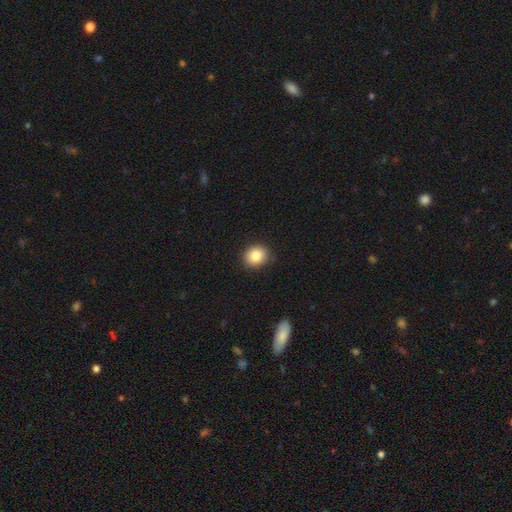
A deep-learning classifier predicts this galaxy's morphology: Q: Smooth or featured?
A: smooth (85%); runner-up: star or artifact (9%)
Q: How rounded?
A: round (75%); runner-up: in between (24%)
Q: Merging?
A: none (88%); runner-up: minor disturbance (9%)